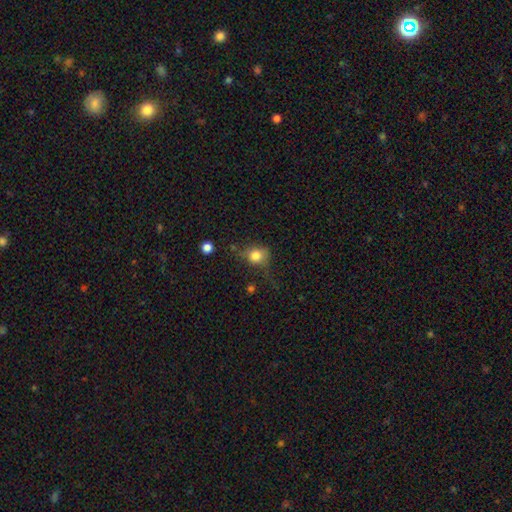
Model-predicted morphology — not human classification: smooth-or-featured: smooth: 77% | featured or disk: 12% | star or artifact: 11%
  how-rounded: round: 70% | in between: 28% | cigar-shaped: 2%
  merging: none: 51% | minor disturbance: 27% | major disturbance: 18% | merger: 4%